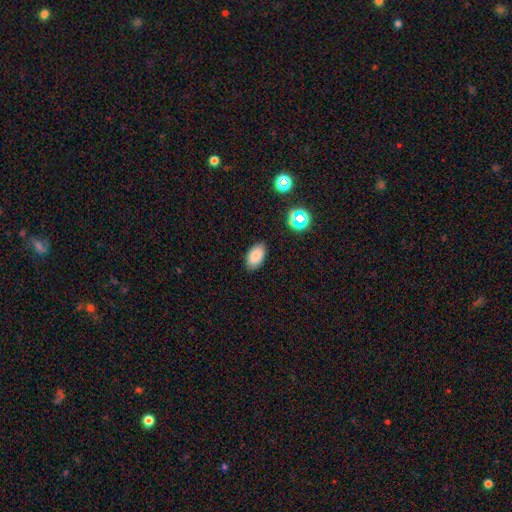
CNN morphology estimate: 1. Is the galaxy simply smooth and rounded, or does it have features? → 83% smooth, 11% star or artifact, 7% featured or disk.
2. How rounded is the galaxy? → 93% in between, 5% round, 2% cigar-shaped.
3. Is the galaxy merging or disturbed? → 85% none, 11% minor disturbance, 2% major disturbance, 1% merger.